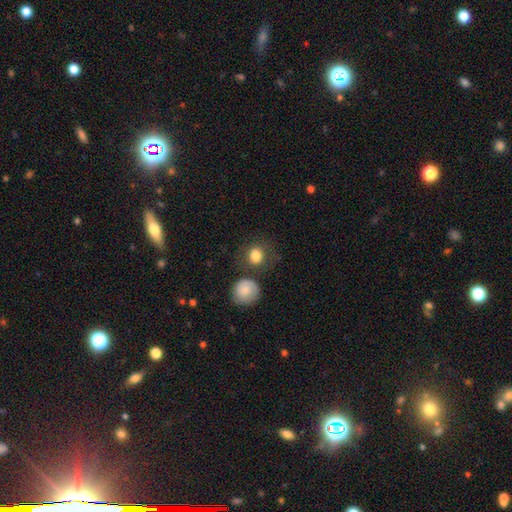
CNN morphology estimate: Smooth or featured? smooth (83%)
How rounded? round (81%)
Merging? none (67%)